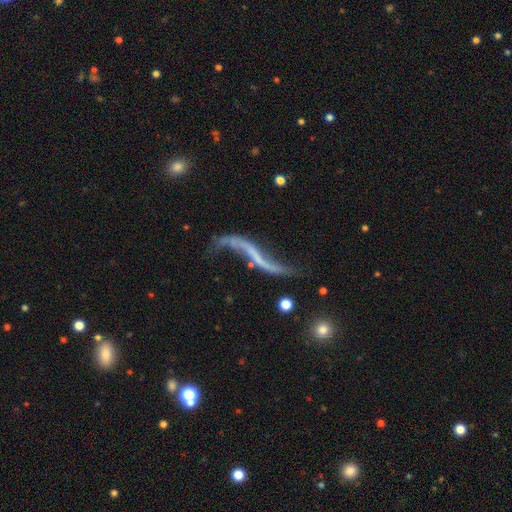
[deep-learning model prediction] Morphology: type=featured or disk (83%); edge-on=no (80%); bar=no (38%); spiral arms=yes (82%); winding=loose (95%); arm count=2 (88%); bulge=none (61%); merging=none (46%).